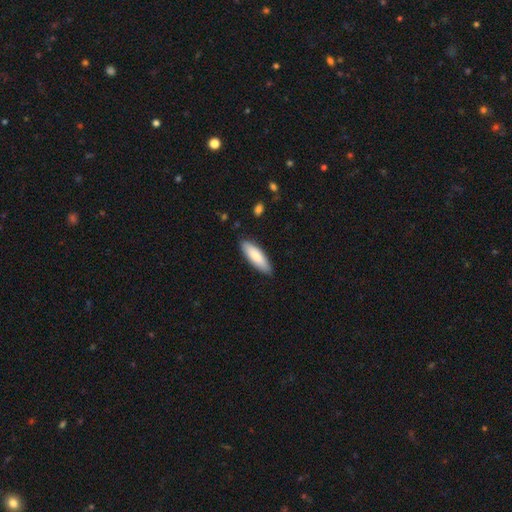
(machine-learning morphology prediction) This is clearly a smooth galaxy (83%). How rounded: possibly in between (50%). Merging: clearly none (87%).